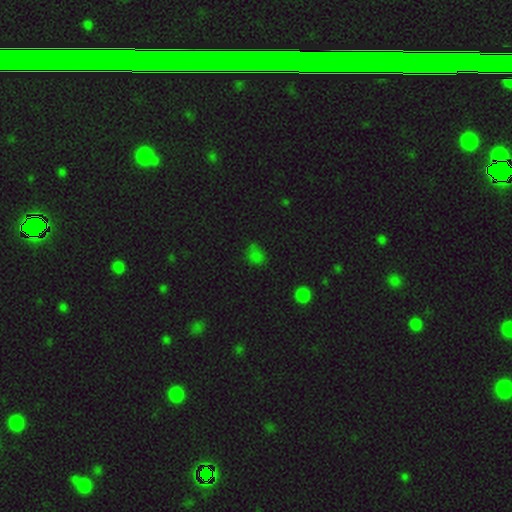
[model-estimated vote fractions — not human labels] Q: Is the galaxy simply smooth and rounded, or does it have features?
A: smooth — 65%.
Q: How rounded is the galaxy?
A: round — 56%.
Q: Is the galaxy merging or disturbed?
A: none — 65%.